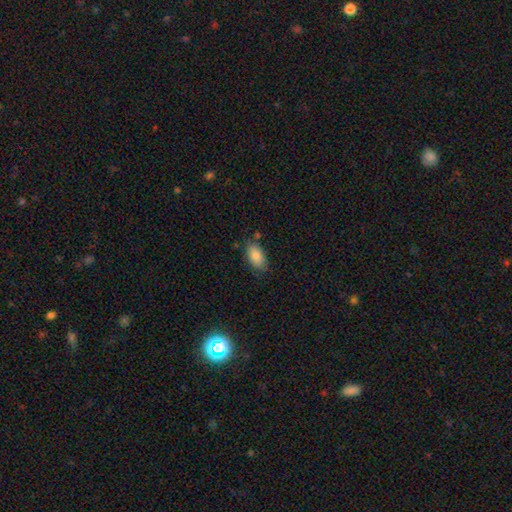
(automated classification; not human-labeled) This appears to be a smooth galaxy with no disk features (85%) that is in between round and cigar-shaped (93%). Merging: none (75%).